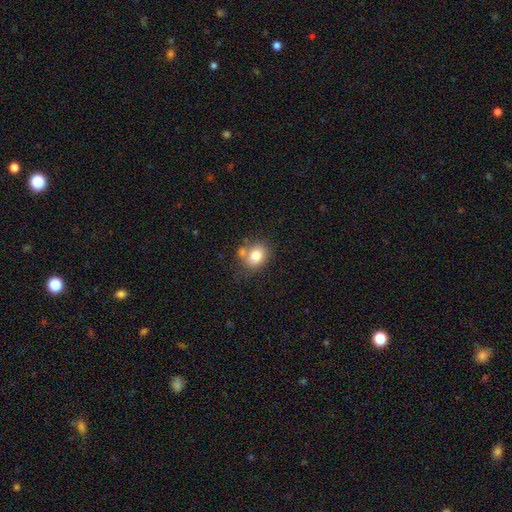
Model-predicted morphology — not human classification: Overall: smooth (80%). How rounded: in between (50%; round 49%). Merging: none (58%; merger 21%).